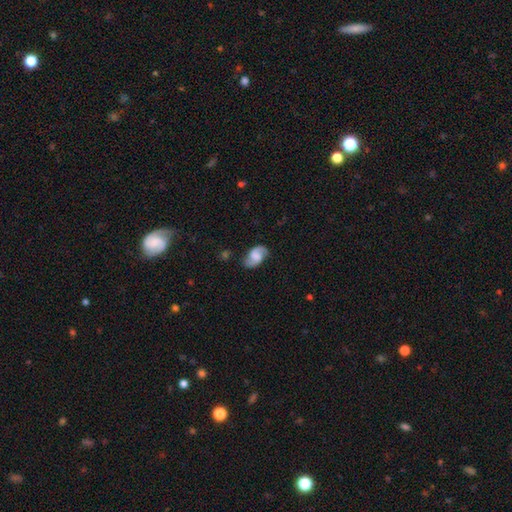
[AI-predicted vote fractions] Smooth or featured?
  - featured or disk: 74% *
  - smooth: 19%
  - star or artifact: 7%
Edge-on disk?
  - no: 98% *
  - yes: 2%
Bar?
  - weak: 46% *
  - no: 40%
  - strong: 13%
Spiral arms?
  - yes: 95% *
  - no: 5%
Spiral winding?
  - medium: 45% *
  - loose: 38%
  - tight: 17%
Spiral arm count?
  - 2: 92% *
  - can't tell: 3%
  - 1: 2%
  - 3: 1%
  - 4: 1%
  - more than 4: 1%
Bulge size?
  - none: 36% *
  - moderate: 24%
  - large: 19%
  - small: 17%
  - dominant: 3%
Merging?
  - none: 77% *
  - minor disturbance: 16%
  - major disturbance: 5%
  - merger: 2%